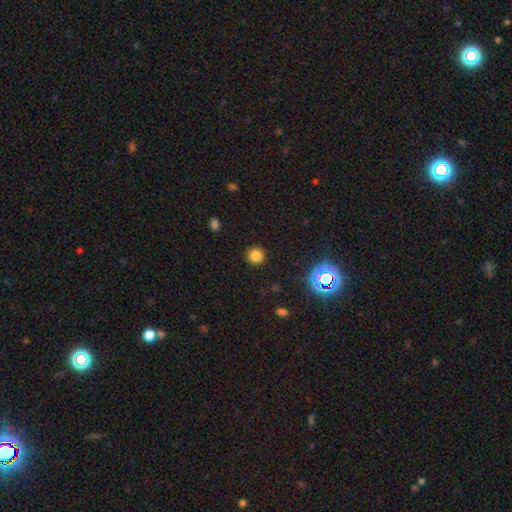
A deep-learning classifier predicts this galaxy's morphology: Smooth or featured: smooth — 79% (star or artifact — 16%)
How rounded: round — 94% (in between — 5%)
Merging: none — 91% (minor disturbance — 6%)